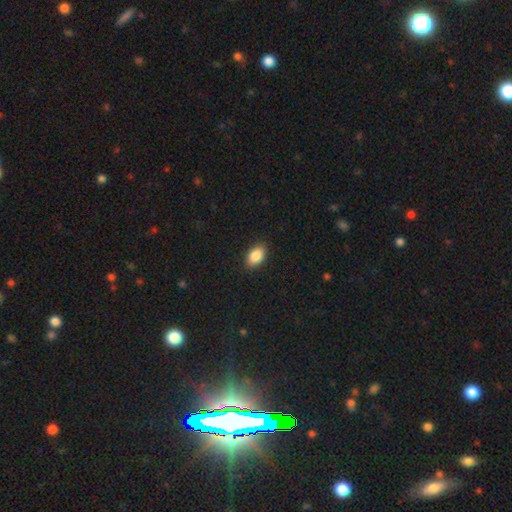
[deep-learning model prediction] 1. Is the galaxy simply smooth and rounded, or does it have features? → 88% smooth, 7% star or artifact, 5% featured or disk.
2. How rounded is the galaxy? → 91% in between, 7% round, 2% cigar-shaped.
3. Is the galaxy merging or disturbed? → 88% none, 9% minor disturbance, 2% major disturbance, 1% merger.